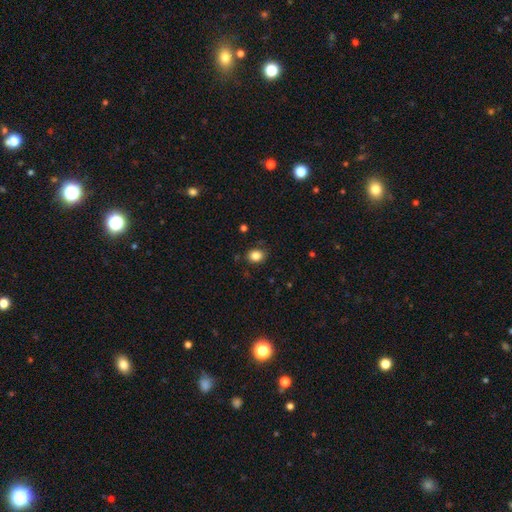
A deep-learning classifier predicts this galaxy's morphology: smooth 84%, star or artifact 10%, featured or disk 5%. Down the decision tree: how rounded — round (53%); merging — none (83%).